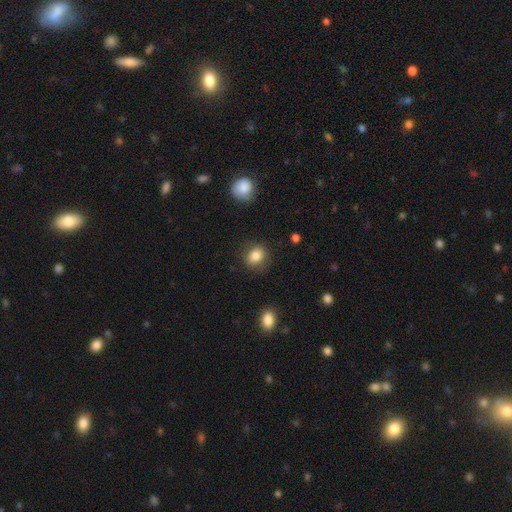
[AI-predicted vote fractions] A smooth galaxy with no disk features (82%) that is round (62%). Merging: none (81%).